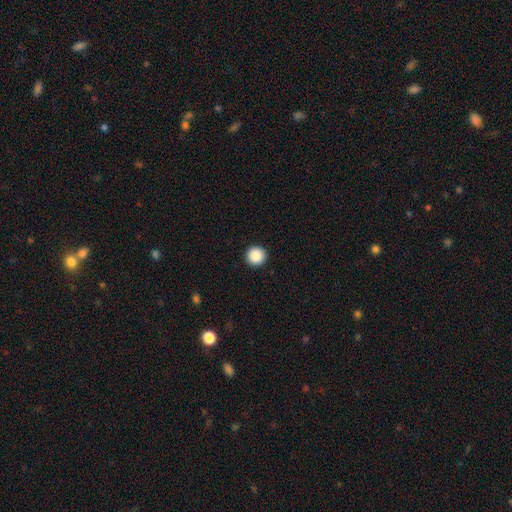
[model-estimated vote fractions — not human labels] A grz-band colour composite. It shows a smooth galaxy with no disk features (89%) that is round (96%). Merging: none (94%).